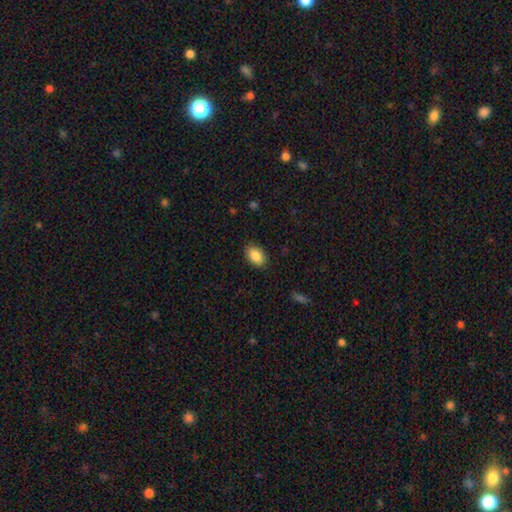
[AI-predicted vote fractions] Smooth or featured? smooth (87%)
How rounded? in between (89%)
Merging? none (87%)